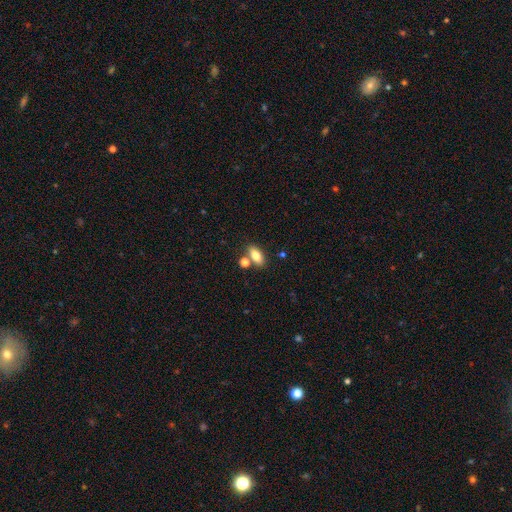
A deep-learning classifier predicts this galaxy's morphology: The model was most divided on "merging": none: 68%, merger: 18%, minor disturbance: 10%, major disturbance: 3%. More confident: how rounded — in between (85%); smooth or featured — smooth (79%).